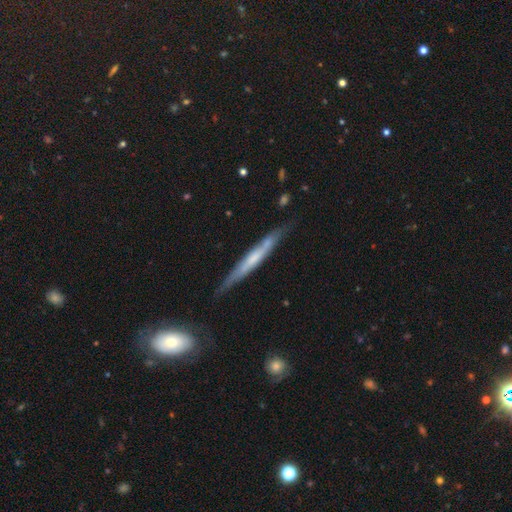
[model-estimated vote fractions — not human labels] This appears to be a featured or disk galaxy (64%) viewed edge-on (91%) with no central bulge (57%). Merging: none (79%).